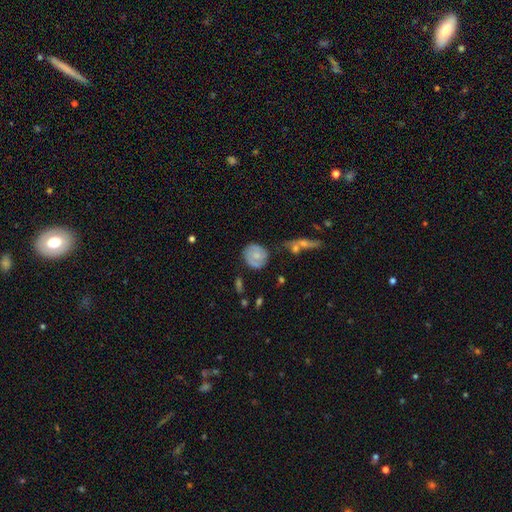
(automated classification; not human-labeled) Smooth or featured? smooth (49%)
Merging? none (65%)